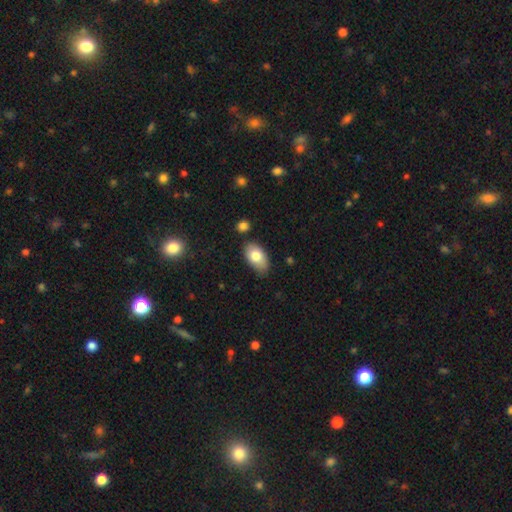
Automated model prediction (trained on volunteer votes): smooth 78%, featured or disk 15%, star or artifact 7%. Down the decision tree: how rounded — in between (92%); merging — none (72%).